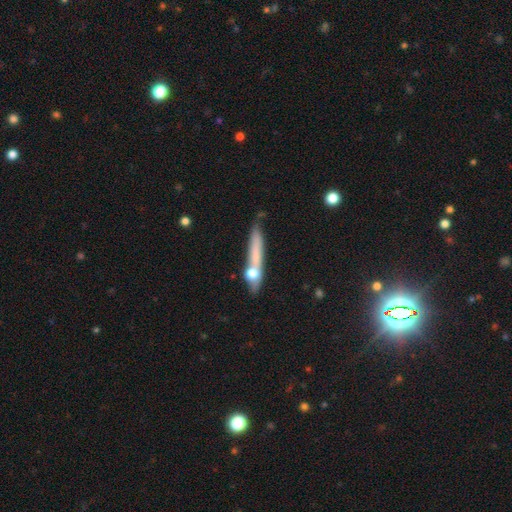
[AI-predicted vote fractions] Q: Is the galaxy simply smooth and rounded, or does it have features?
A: smooth — 54%.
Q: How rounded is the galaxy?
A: cigar-shaped — 88%.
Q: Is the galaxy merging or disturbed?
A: none — 59%.